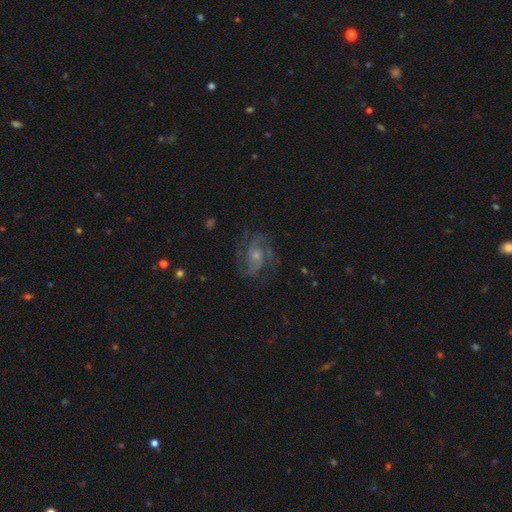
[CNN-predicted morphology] This appears to be a featured or disk galaxy (83%) with no bar (62%), 2 (48%) medium (53%) spiral arms (95%) and a small central bulge (51%). Merging: none (69%).